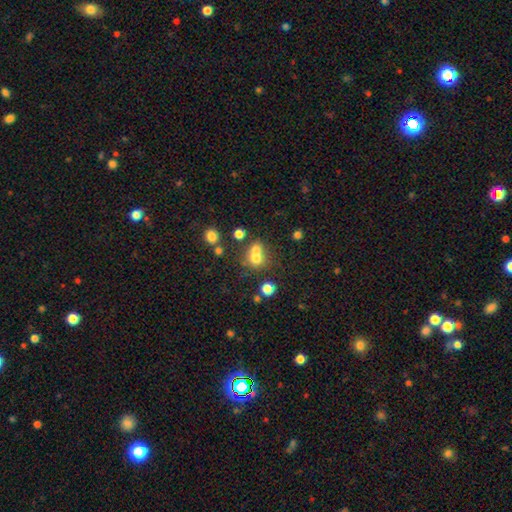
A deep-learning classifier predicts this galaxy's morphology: Q: Smooth or featured?
A: smooth (69%); runner-up: star or artifact (16%)
Q: How rounded?
A: round (64%); runner-up: in between (34%)
Q: Merging?
A: merger (52%); runner-up: none (33%)